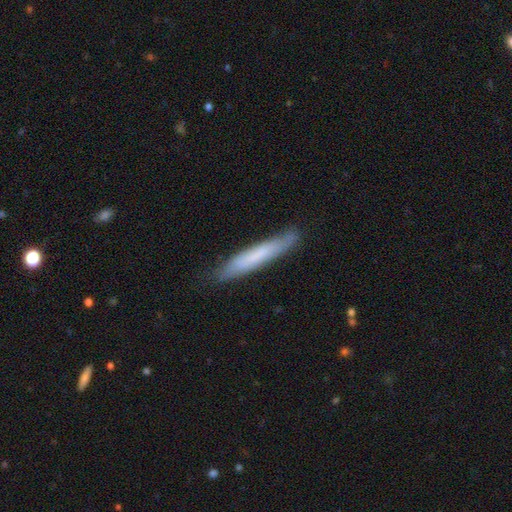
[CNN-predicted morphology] type=smooth (64%); roundness=cigar-shaped (93%); merging=none (80%).